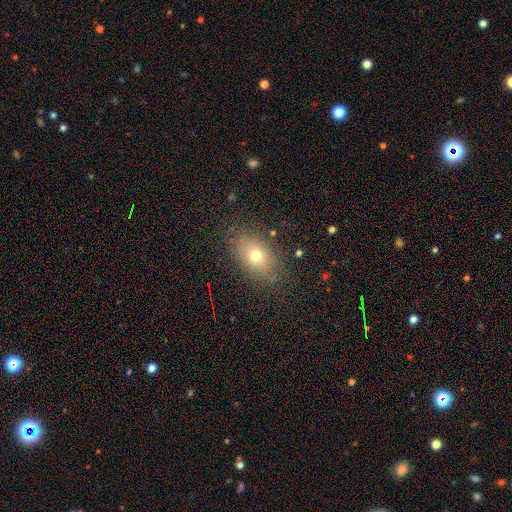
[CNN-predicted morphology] Smooth or featured?
  - smooth: 71% *
  - featured or disk: 16%
  - star or artifact: 13%
How rounded?
  - in between: 81% *
  - round: 16%
  - cigar-shaped: 3%
Merging?
  - none: 82% *
  - minor disturbance: 12%
  - major disturbance: 5%
  - merger: 1%